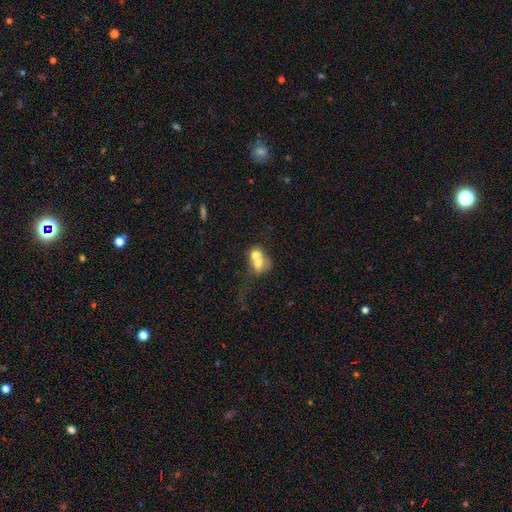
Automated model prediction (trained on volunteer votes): Smooth or featured? smooth (63%)
How rounded? round (50%)
Merging? merger (73%)